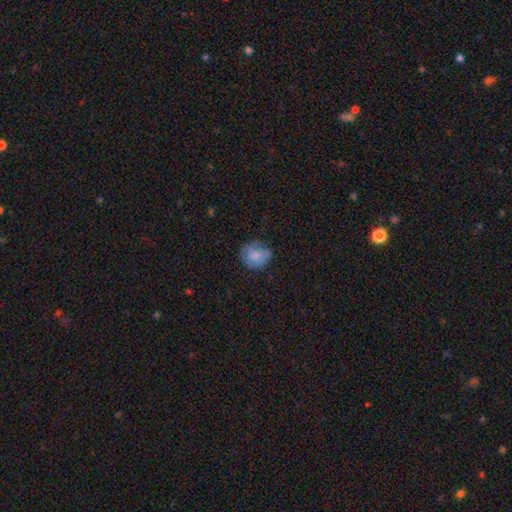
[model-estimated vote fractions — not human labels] Smooth or featured?
  - smooth: 70% *
  - featured or disk: 21%
  - star or artifact: 8%
How rounded?
  - round: 71% *
  - in between: 28%
  - cigar-shaped: 1%
Merging?
  - none: 64% *
  - minor disturbance: 25%
  - major disturbance: 9%
  - merger: 1%